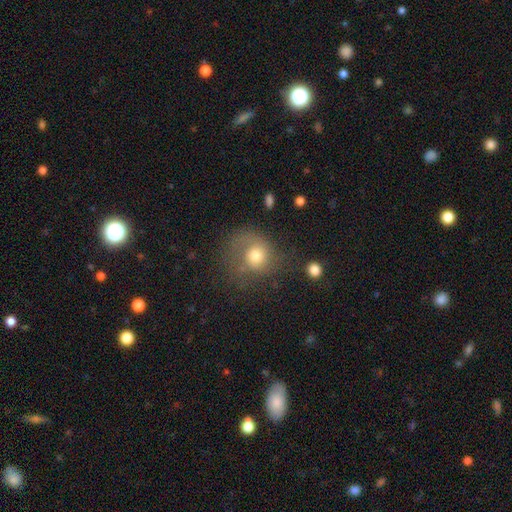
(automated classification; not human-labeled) smooth-or-featured: smooth: 57% | featured or disk: 31% | star or artifact: 11%
  how-rounded: round: 76% | in between: 23% | cigar-shaped: 1%
  merging: none: 47% | major disturbance: 26% | minor disturbance: 23% | merger: 4%